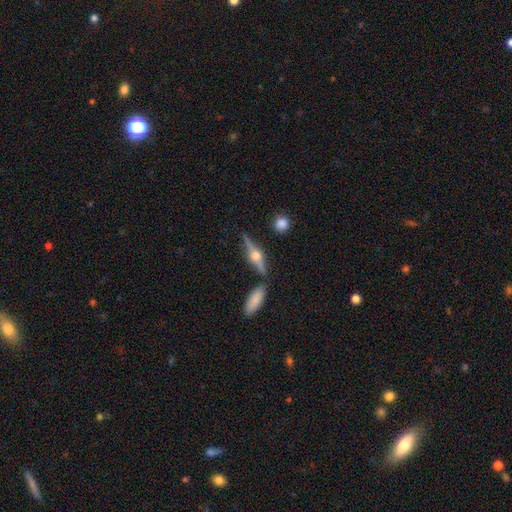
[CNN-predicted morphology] Overall: featured or disk (74%). Edge-on disk: yes (96%). Edge-on bulge: rounded (95%). Merging: none (80%).